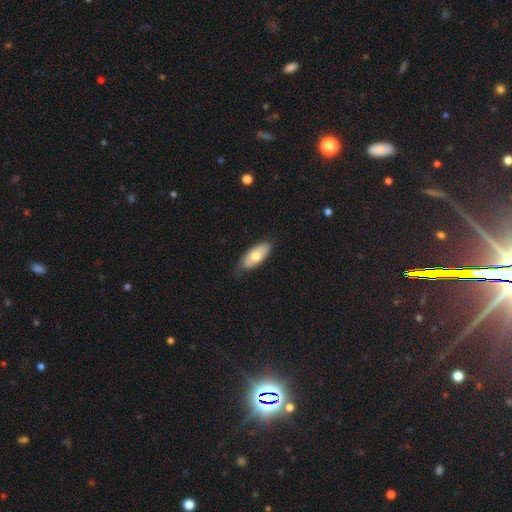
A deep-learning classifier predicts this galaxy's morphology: Smooth or featured? Predicted: smooth (p=0.65). How rounded? Predicted: in between (p=0.87). Merging? Predicted: none (p=0.75).